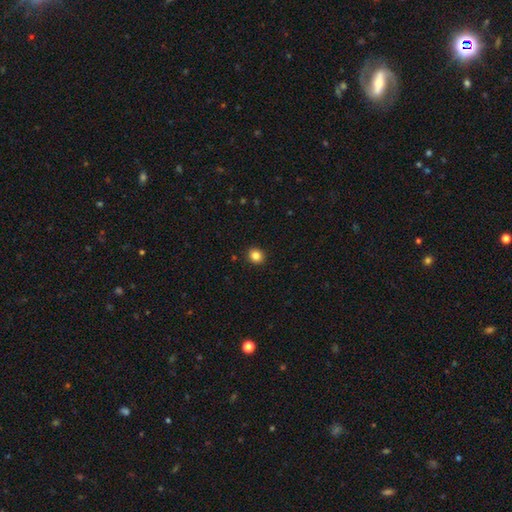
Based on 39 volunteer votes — Morphology: type=smooth (95%); roundness=round (86%); merging=none (89%).